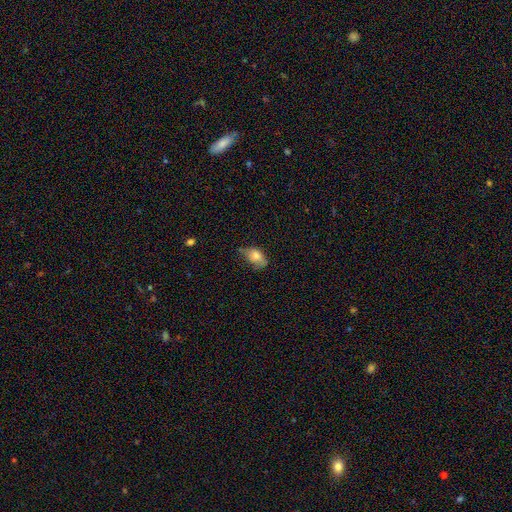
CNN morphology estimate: Overall: smooth (75%). How rounded: in between (87%). Merging: minor disturbance (42%, tied with none).